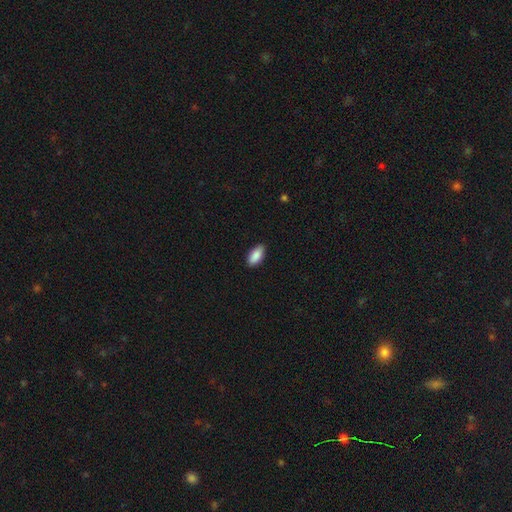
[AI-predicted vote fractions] Morphology: type=smooth (89%); roundness=in between (91%); merging=none (86%).